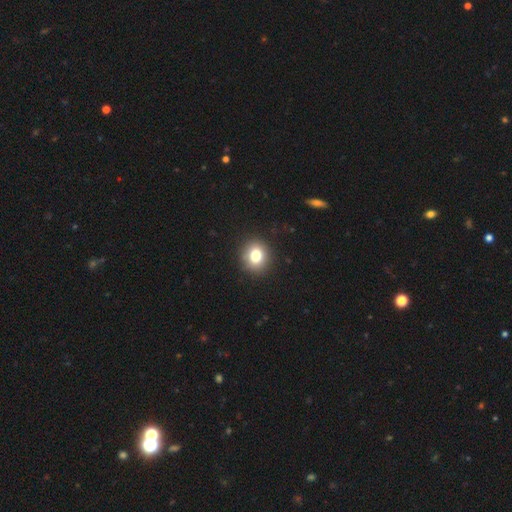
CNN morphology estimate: A smooth galaxy with no disk features (79%) that is round (80%).

Vote fractions:
- Smooth or featured? smooth: 79% / star or artifact: 12% / featured or disk: 9%
- How rounded? round: 80% / in between: 19% / cigar-shaped: 1%
- Merging? none: 90% / minor disturbance: 7% / major disturbance: 2% / merger: 1%